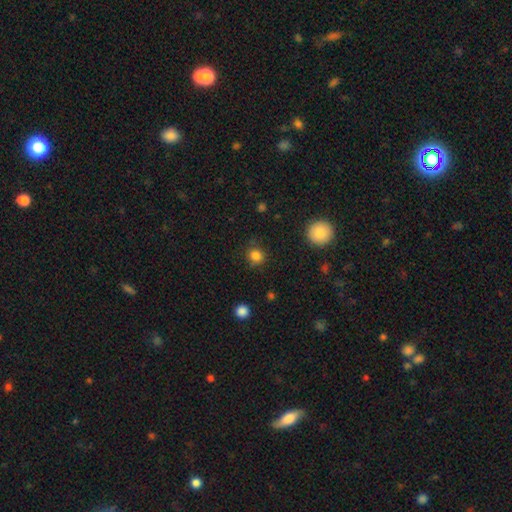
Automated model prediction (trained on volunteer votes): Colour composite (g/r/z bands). It shows a smooth galaxy with no disk features (83%) that is round (88%). Merging: none (83%).